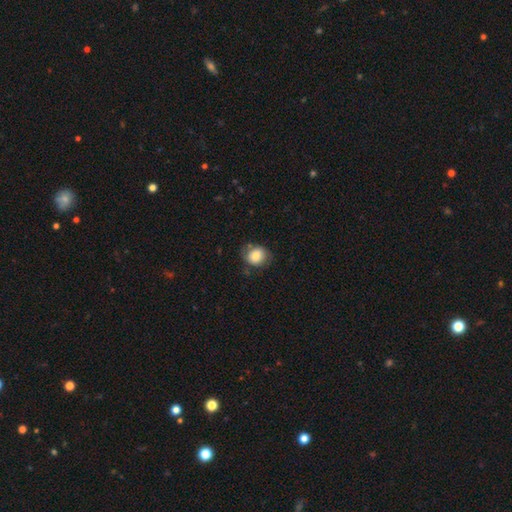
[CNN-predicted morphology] A smooth galaxy with no disk features (79%) that is round (64%).

Vote fractions:
- Smooth or featured? smooth: 79% / featured or disk: 13% / star or artifact: 8%
- How rounded? round: 64% / in between: 35% / cigar-shaped: 1%
- Merging? none: 71% / minor disturbance: 20% / major disturbance: 6% / merger: 3%